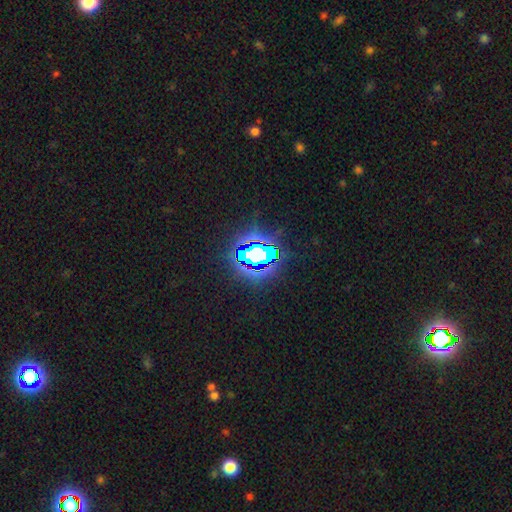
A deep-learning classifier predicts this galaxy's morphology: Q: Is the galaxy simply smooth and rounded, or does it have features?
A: star or artifact — 70%.